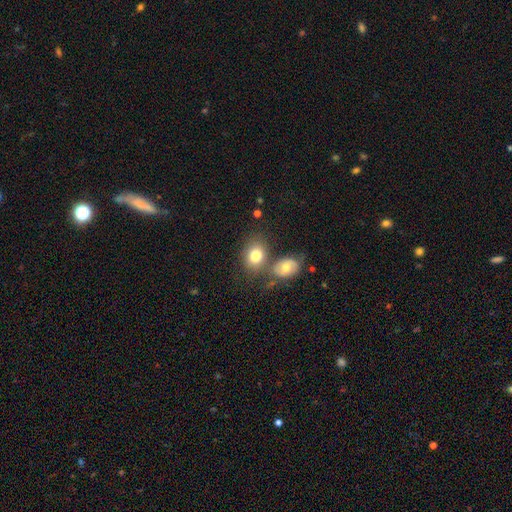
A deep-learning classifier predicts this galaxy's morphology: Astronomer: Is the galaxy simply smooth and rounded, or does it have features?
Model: smooth — 77%.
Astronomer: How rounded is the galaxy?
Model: in between — 62%.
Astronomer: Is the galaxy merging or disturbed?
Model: none — 53%.